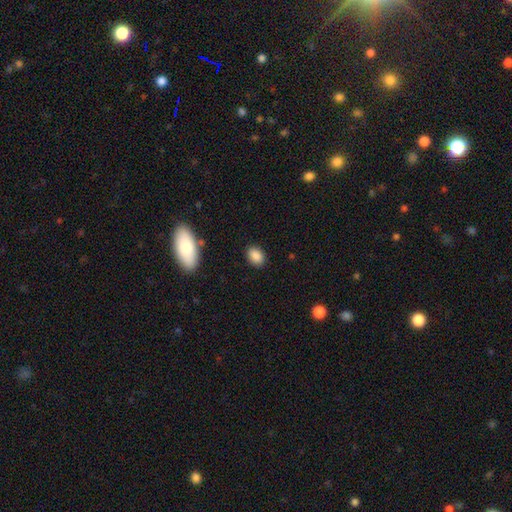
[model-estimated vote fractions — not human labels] Q: Smooth or featured?
A: smooth (87%); runner-up: star or artifact (8%)
Q: How rounded?
A: in between (79%); runner-up: round (19%)
Q: Merging?
A: none (87%); runner-up: minor disturbance (9%)